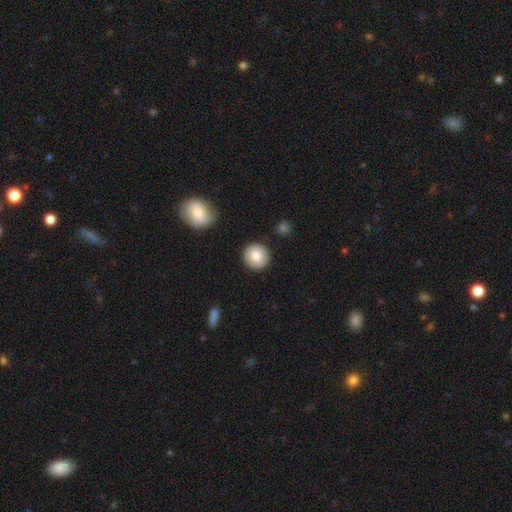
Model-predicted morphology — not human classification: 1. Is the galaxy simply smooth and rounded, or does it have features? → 78% smooth, 15% featured or disk, 8% star or artifact.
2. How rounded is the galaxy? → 93% round, 6% in between, 1% cigar-shaped.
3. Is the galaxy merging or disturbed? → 90% none, 6% minor disturbance, 2% major disturbance, 2% merger.